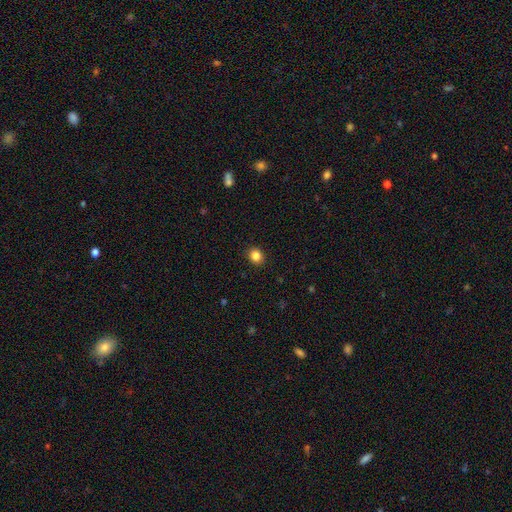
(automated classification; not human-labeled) Smooth or featured? smooth (85%)
How rounded? round (74%)
Merging? none (91%)